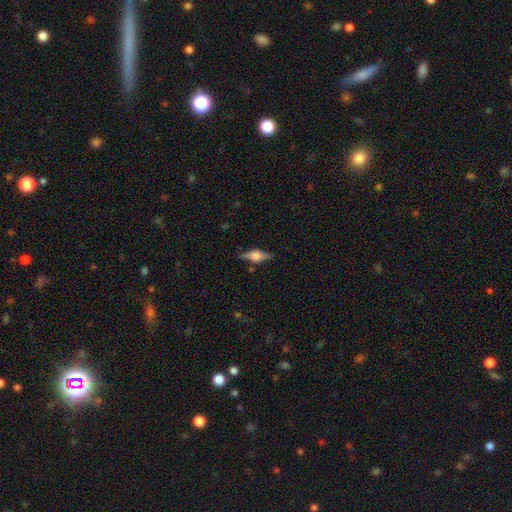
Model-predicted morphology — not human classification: Smooth or featured?
  - featured or disk: 60% *
  - smooth: 32%
  - star or artifact: 8%
Edge-on disk?
  - yes: 95% *
  - no: 5%
Edge-on bulge?
  - rounded: 86% *
  - boxy: 12%
  - none: 2%
Merging?
  - none: 84% *
  - minor disturbance: 11%
  - major disturbance: 3%
  - merger: 2%